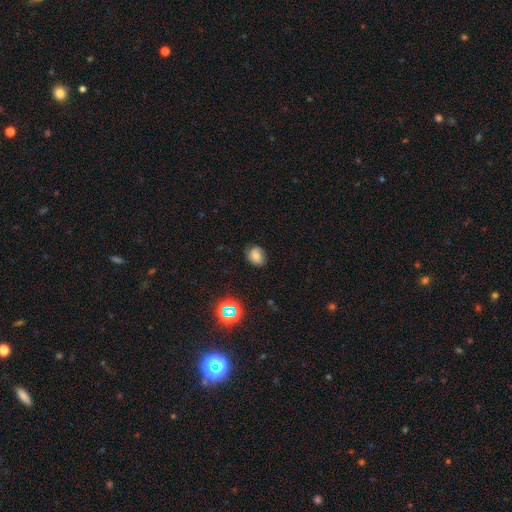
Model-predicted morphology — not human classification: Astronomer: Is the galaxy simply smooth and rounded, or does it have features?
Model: smooth — 65%.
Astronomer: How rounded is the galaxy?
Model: in between — 55% (runner-up: round, 44%).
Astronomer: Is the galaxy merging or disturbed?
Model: none — 73%.